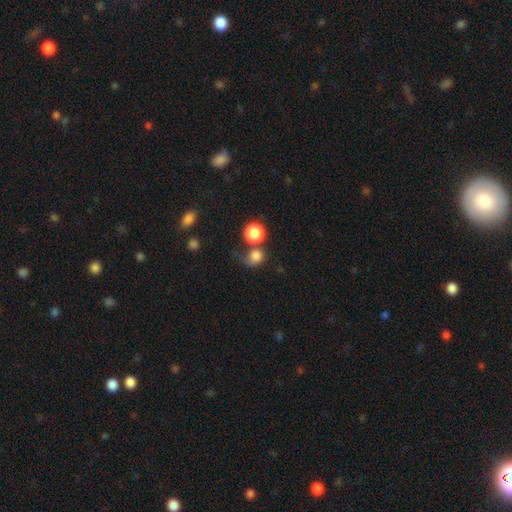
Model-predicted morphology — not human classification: Smooth or featured: smooth — 80% (star or artifact — 11%)
How rounded: round — 79% (in between — 20%)
Merging: none — 42% (merger — 30%)